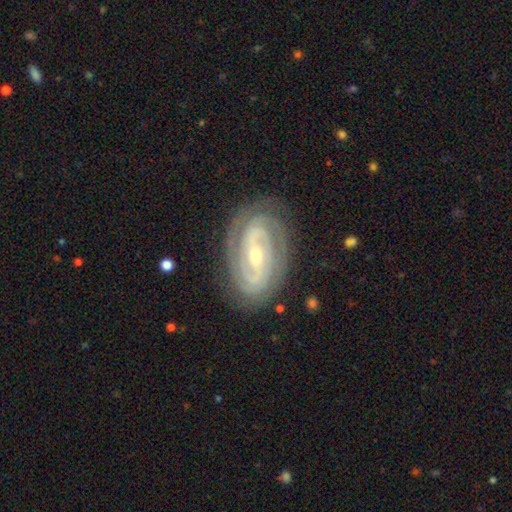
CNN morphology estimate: This appears to be a featured or disk galaxy (90%) with a weak bar (38%), 2 (51%) tight (73%) spiral arms (97%) and a small central bulge (56%). Merging: none (81%).